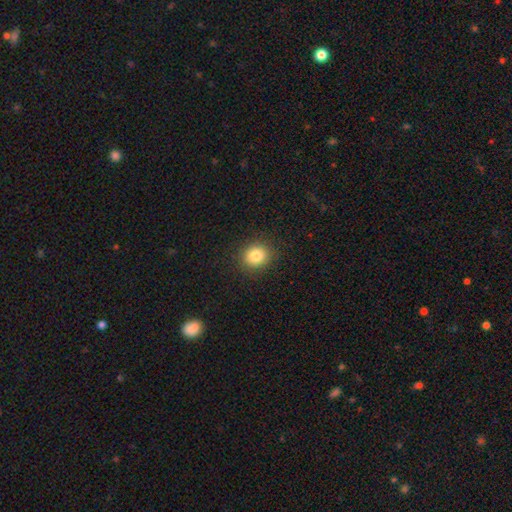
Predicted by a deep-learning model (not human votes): Q: Smooth or featured?
A: smooth (83%); runner-up: star or artifact (11%)
Q: How rounded?
A: round (81%); runner-up: in between (18%)
Q: Merging?
A: none (91%); runner-up: minor disturbance (6%)